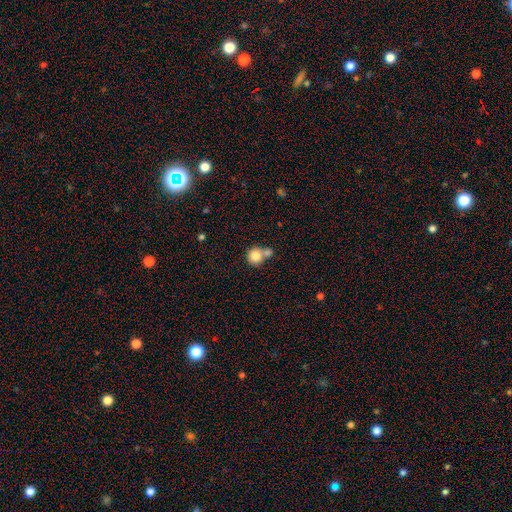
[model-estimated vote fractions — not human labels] Morphology: type=smooth (81%); roundness=round (88%); merging=merger (46%).